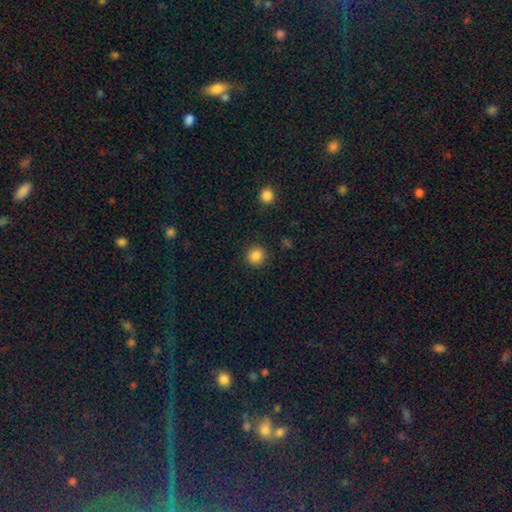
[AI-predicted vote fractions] This appears to be a smooth galaxy with no disk features (86%) that is round (92%). Merging: none (90%).